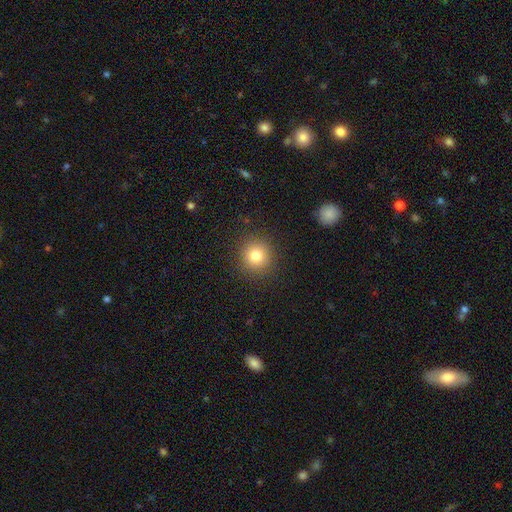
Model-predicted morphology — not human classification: This is clearly a smooth galaxy (80%). How rounded: clearly round (93%). Merging: clearly none (91%).